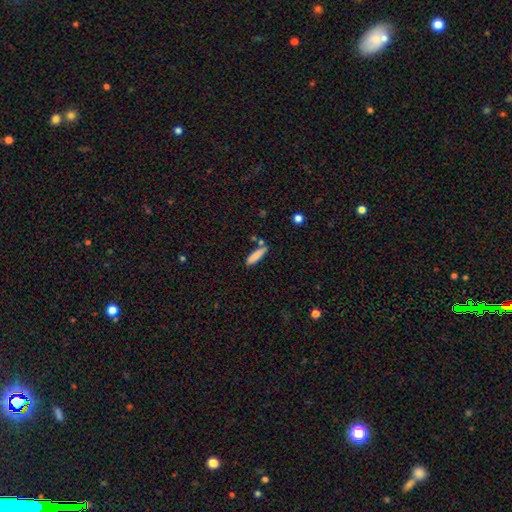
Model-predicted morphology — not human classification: This appears to be a smooth galaxy with no disk features (84%) that is cigar-shaped (77%). Merging: none (74%).